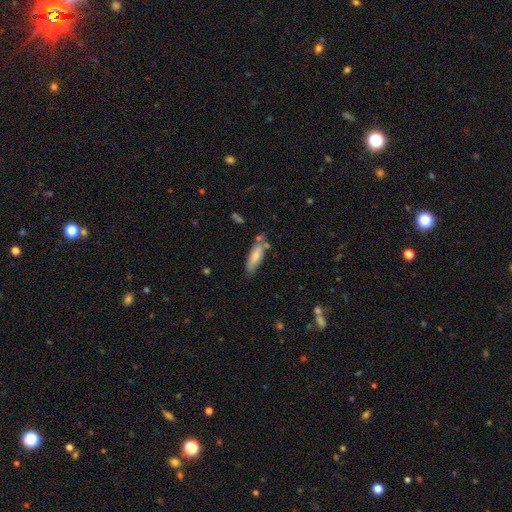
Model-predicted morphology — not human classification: Smooth or featured?
  - smooth: 75% *
  - featured or disk: 18%
  - star or artifact: 6%
How rounded?
  - cigar-shaped: 53% *
  - in between: 45%
  - round: 1%
Merging?
  - none: 65% *
  - minor disturbance: 21%
  - merger: 10%
  - major disturbance: 5%